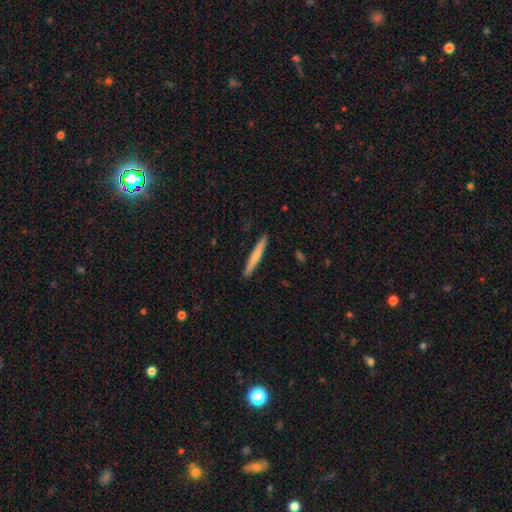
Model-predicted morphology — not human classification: type=smooth (66%); roundness=cigar-shaped (96%); merging=none (91%).